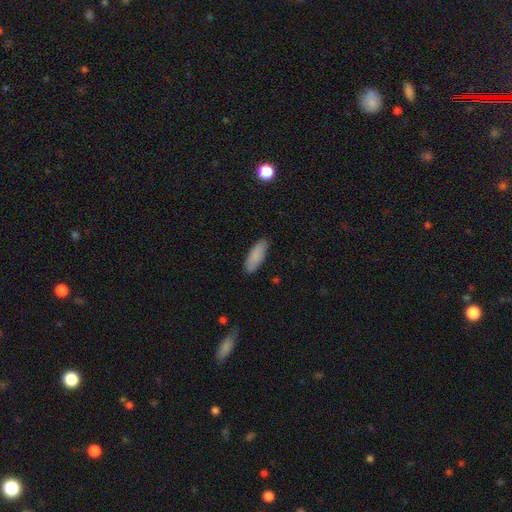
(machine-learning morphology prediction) A smooth galaxy with no disk features (87%) that is in between round and cigar-shaped (69%).

Vote fractions:
- Smooth or featured? smooth: 87% / featured or disk: 7% / star or artifact: 6%
- How rounded? in between: 69% / cigar-shaped: 30% / round: 2%
- Merging? none: 86% / minor disturbance: 11% / major disturbance: 2% / merger: 1%